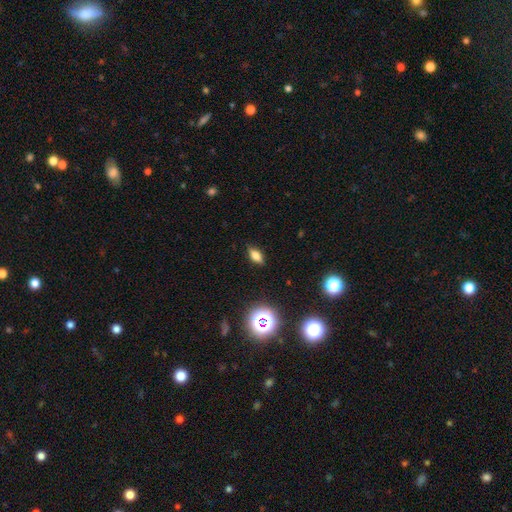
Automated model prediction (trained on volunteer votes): Smooth or featured? smooth (70%)
How rounded? in between (80%)
Merging? none (86%)